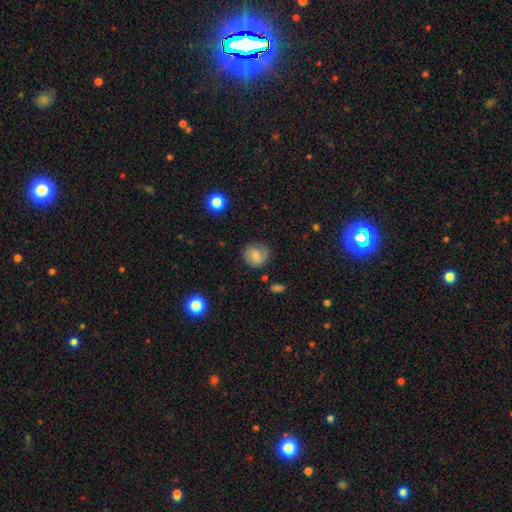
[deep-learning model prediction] Smooth or featured: smooth — 72% (featured or disk — 19%)
How rounded: round — 85% (in between — 14%)
Merging: none — 72% (minor disturbance — 19%)